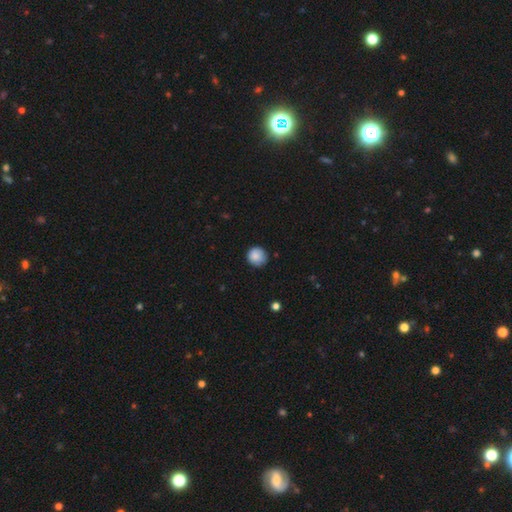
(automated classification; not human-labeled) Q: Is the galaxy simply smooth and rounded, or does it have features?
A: smooth — 86%.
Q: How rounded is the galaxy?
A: round — 93%.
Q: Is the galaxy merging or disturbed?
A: none — 79%.